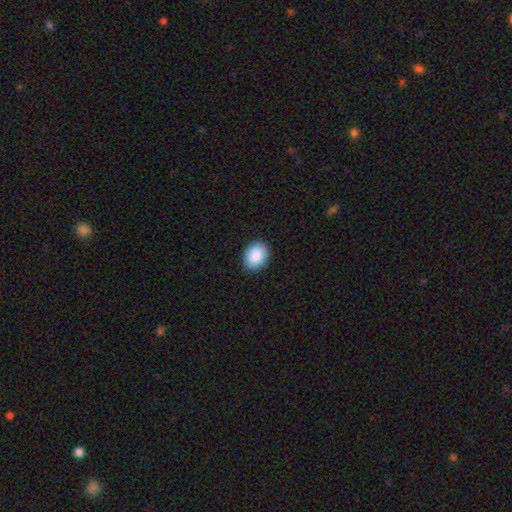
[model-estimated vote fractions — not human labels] Smooth or featured? Predicted: smooth (p=0.89). How rounded? Predicted: in between (p=0.63). Merging? Predicted: none (p=0.89).